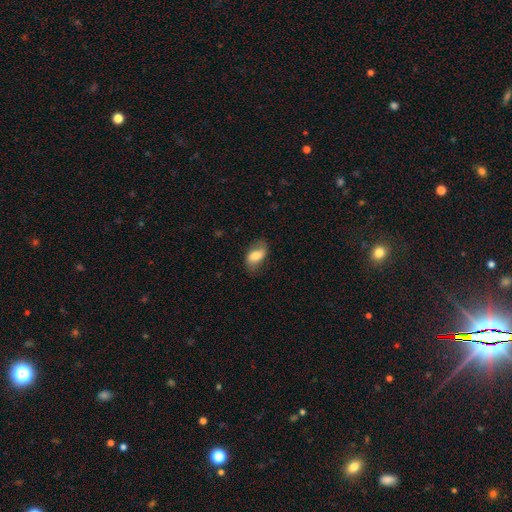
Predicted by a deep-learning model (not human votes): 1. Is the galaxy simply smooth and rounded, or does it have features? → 71% smooth, 22% featured or disk, 7% star or artifact.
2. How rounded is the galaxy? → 90% in between, 7% round, 3% cigar-shaped.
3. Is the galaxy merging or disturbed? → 71% none, 21% minor disturbance, 7% major disturbance, 1% merger.